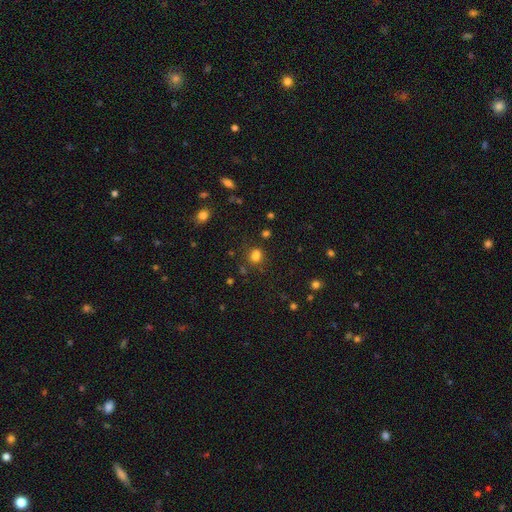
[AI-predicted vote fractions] This appears to be a smooth galaxy with no disk features (76%) that is round (59%). Merging: none (70%).